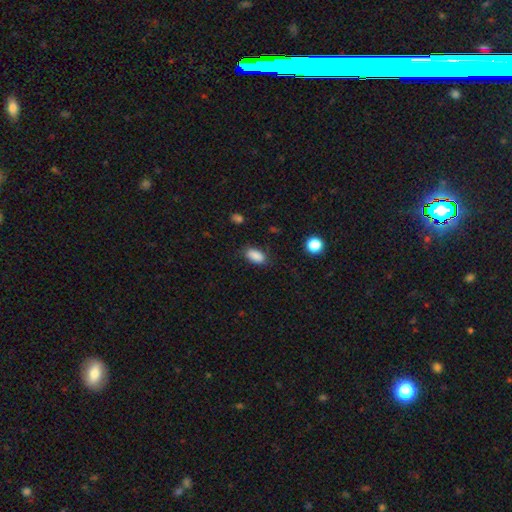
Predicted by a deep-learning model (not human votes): Smooth or featured? Predicted: smooth (p=0.87). How rounded? Predicted: in between (p=0.91). Merging? Predicted: none (p=0.79).